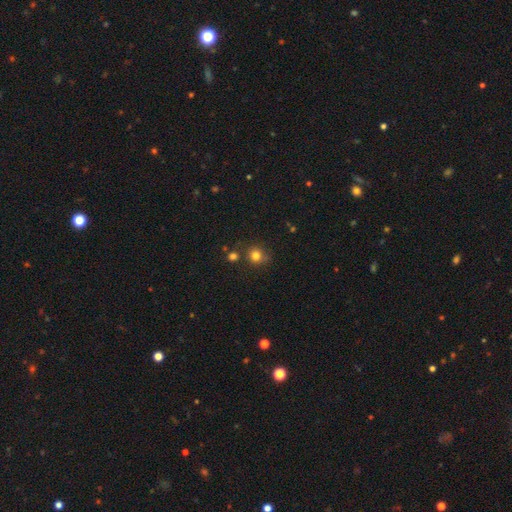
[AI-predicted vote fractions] smooth 79%, star or artifact 14%, featured or disk 7%. Down the decision tree: how rounded — round (84%); merging — none (73%).